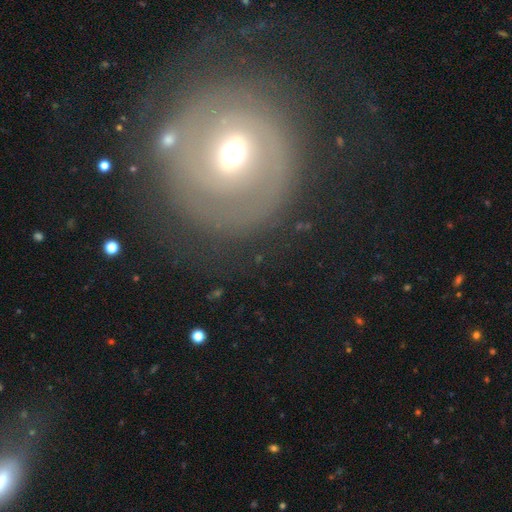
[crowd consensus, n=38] Smooth or featured?
  - featured or disk: 79% *
  - smooth: 13%
  - star or artifact: 8%
Edge-on disk?
  - no: 97% *
  - yes: 3%
Bar?
  - weak: 48% *
  - no: 28%
  - strong: 24%
Spiral arms?
  - yes: 90% *
  - no: 10%
Spiral winding?
  - tight: 85% *
  - loose: 12%
  - medium: 4%
Spiral arm count?
  - 2: 42% *
  - can't tell: 27%
  - 3: 15%
  - 1: 8%
  - 4: 4%
  - more than 4: 4%
Bulge size?
  - moderate: 55% *
  - small: 31%
  - large: 10%
  - none: 3%
  - dominant: 0%
Merging?
  - none: 54% *
  - major disturbance: 29%
  - minor disturbance: 17%
  - merger: 0%